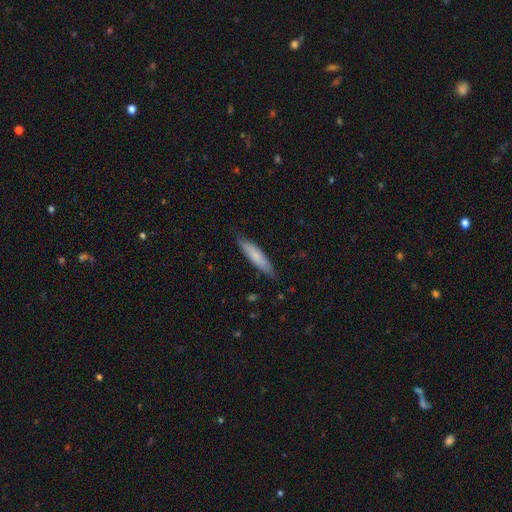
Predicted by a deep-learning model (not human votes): Smooth or featured: smooth — 73% (featured or disk — 21%)
How rounded: cigar-shaped — 81% (in between — 18%)
Merging: none — 82% (minor disturbance — 15%)